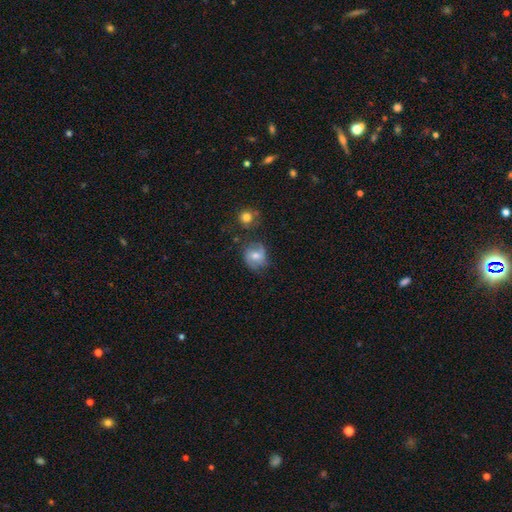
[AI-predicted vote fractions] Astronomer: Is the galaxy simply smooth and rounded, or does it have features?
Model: smooth — 49% (runner-up: featured or disk, 42%).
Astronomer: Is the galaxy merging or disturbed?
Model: none — 63%.